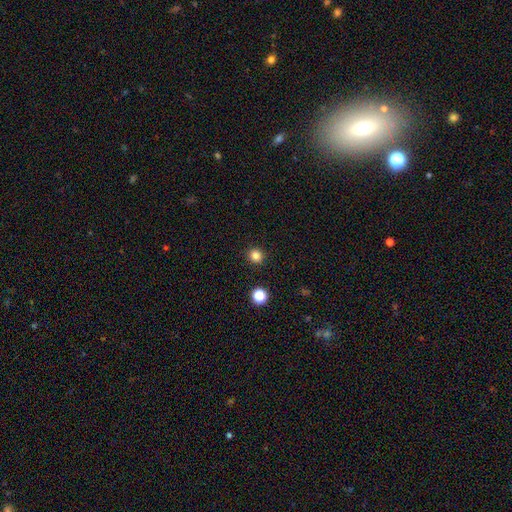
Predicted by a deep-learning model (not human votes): smooth_or_featured: smooth (p=0.83) [alt: star or artifact p=0.13]
how_rounded: round (p=0.91) [alt: in between p=0.08]
merging: none (p=0.92) [alt: minor disturbance p=0.05]